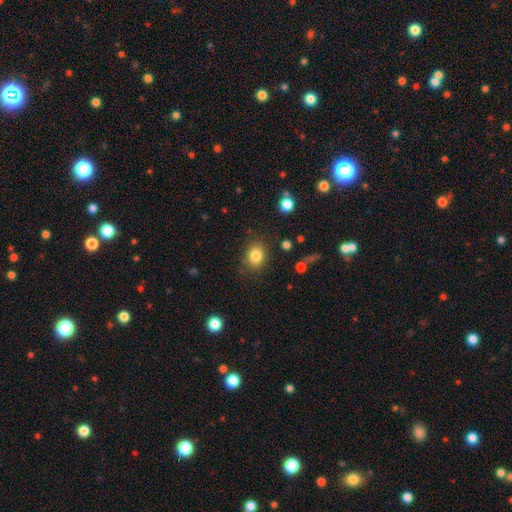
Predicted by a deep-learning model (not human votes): Smooth or featured? smooth (83%)
How rounded? round (56%)
Merging? none (82%)